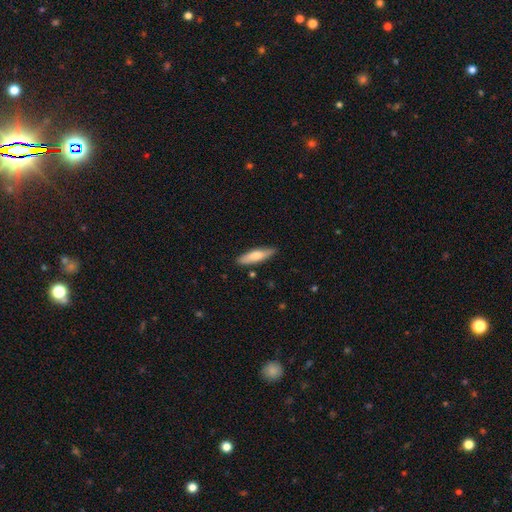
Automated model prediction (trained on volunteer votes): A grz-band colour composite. It shows a smooth galaxy with no disk features (71%) that is cigar-shaped (66%). Merging: none (85%).